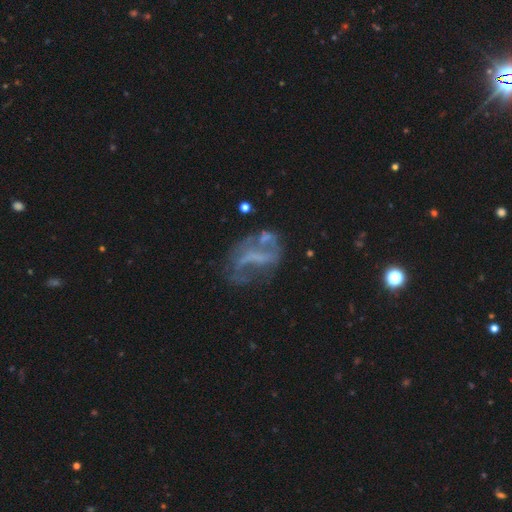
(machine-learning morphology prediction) featured or disk 67%, smooth 17%, star or artifact 15%. Down the decision tree: edge-on disk — no (96%); bar — no (42%); spiral arms — no (52%); bulge size — none (69%); merging — none (39%).